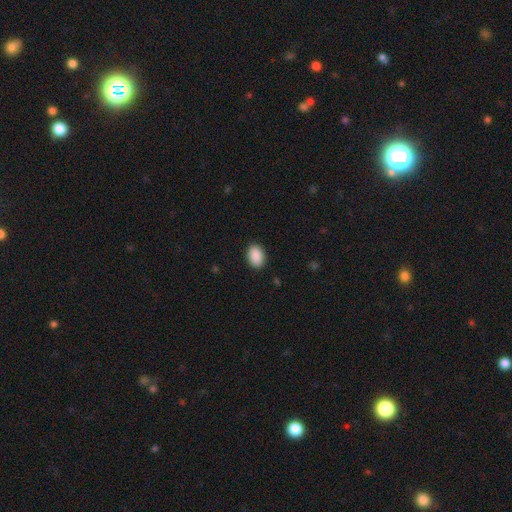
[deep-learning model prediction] smooth 91%, star or artifact 7%, featured or disk 2%. Down the decision tree: how rounded — in between (84%); merging — none (90%).